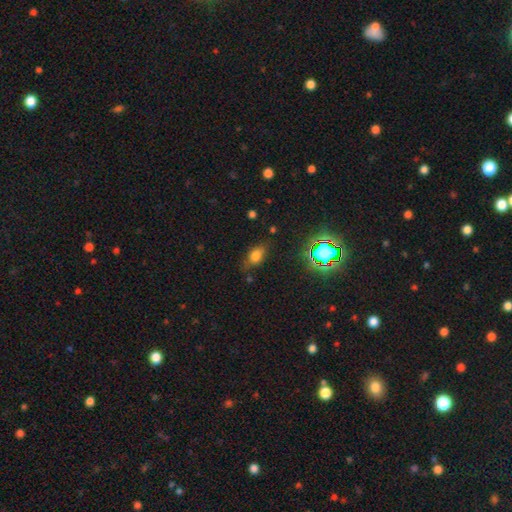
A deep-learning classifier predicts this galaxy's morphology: smooth_or_featured: smooth (p=0.70) [alt: star or artifact p=0.18]
how_rounded: in between (p=0.77) [alt: round p=0.19]
merging: none (p=0.68) [alt: minor disturbance p=0.23]